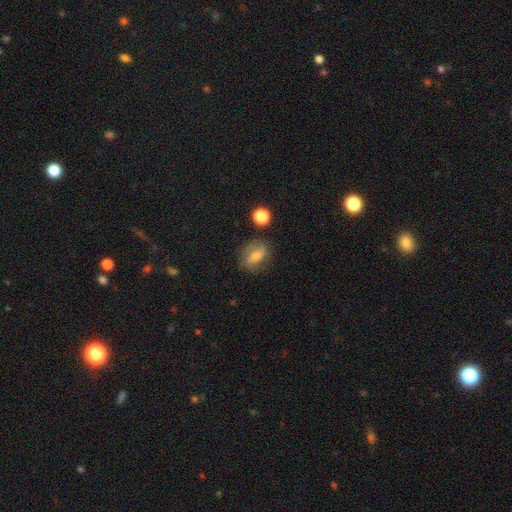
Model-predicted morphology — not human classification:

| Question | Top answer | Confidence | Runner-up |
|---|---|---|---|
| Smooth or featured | smooth | 58% | featured or disk (31%) |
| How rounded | in between | 67% | round (26%) |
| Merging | none | 75% | minor disturbance (17%) |